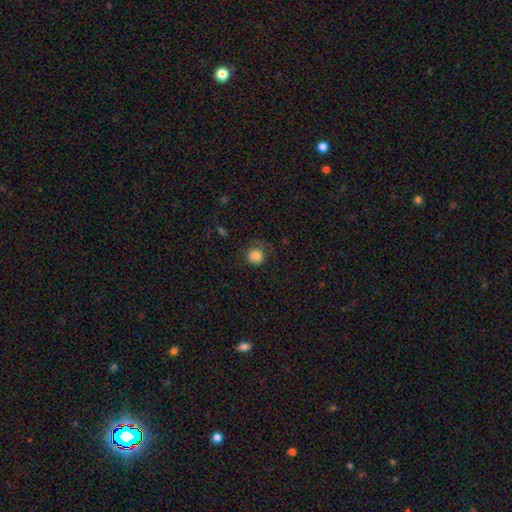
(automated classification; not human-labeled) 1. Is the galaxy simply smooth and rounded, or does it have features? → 84% smooth, 11% star or artifact, 6% featured or disk.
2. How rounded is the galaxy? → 92% round, 7% in between, 1% cigar-shaped.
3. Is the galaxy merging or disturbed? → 78% none, 15% minor disturbance, 6% major disturbance, 1% merger.